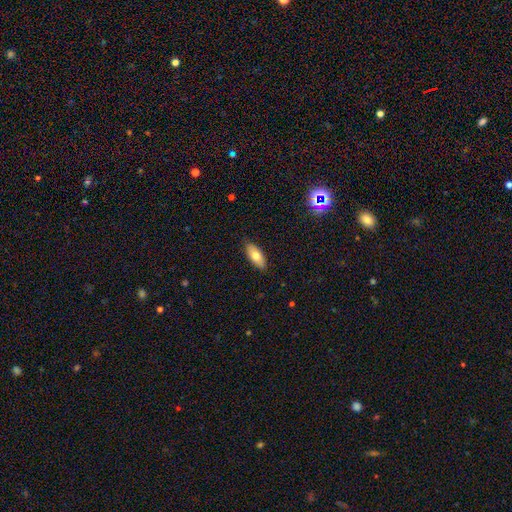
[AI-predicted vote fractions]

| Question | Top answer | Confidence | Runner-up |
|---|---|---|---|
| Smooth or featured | smooth | 73% | featured or disk (20%) |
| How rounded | in between | 85% | cigar-shaped (12%) |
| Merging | none | 87% | minor disturbance (10%) |